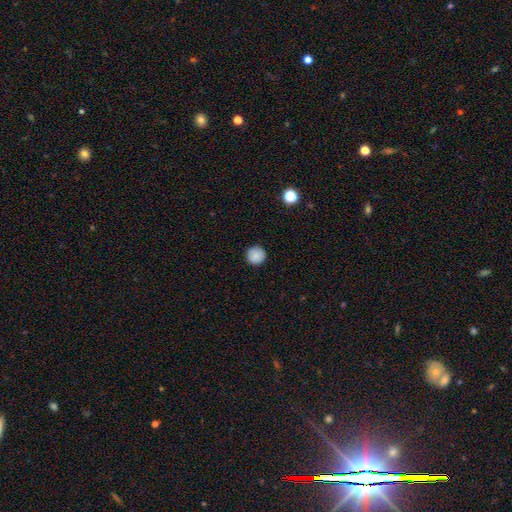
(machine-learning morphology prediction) smooth-or-featured: smooth: 86% | star or artifact: 8% | featured or disk: 5%
  how-rounded: round: 96% | in between: 3% | cigar-shaped: 1%
  merging: none: 91% | minor disturbance: 6% | major disturbance: 2% | merger: 1%